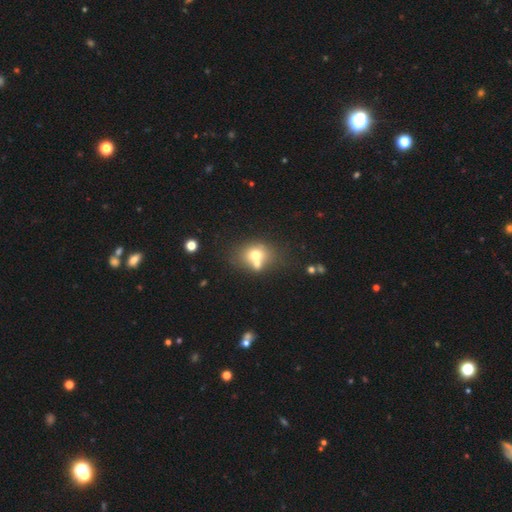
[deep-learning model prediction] Q: Smooth or featured?
A: smooth (66%); runner-up: featured or disk (22%)
Q: How rounded?
A: round (55%); runner-up: in between (44%)
Q: Merging?
A: merger (43%); runner-up: none (41%)